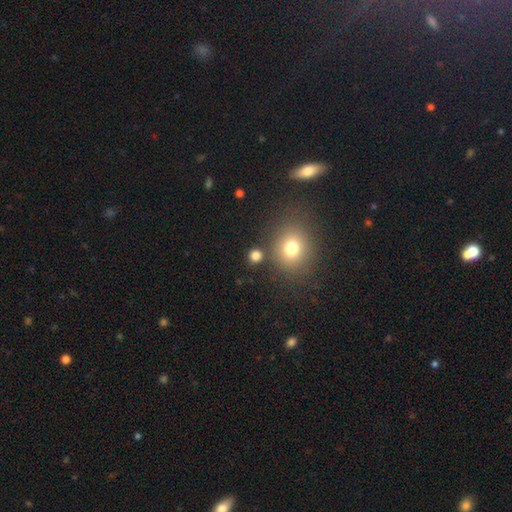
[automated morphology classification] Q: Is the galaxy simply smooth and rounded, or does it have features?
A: smooth — 79%.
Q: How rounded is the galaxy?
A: round — 83%.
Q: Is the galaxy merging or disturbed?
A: none — 79%.